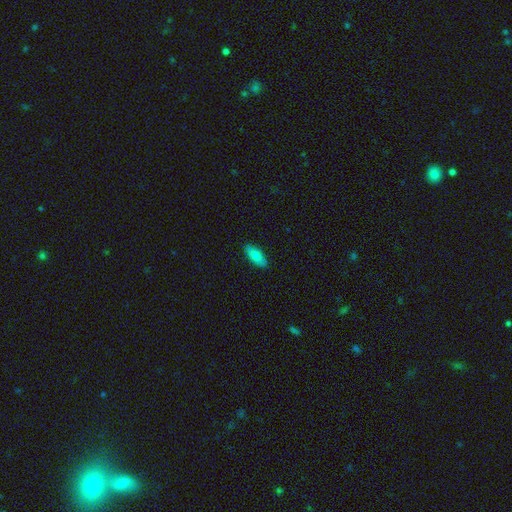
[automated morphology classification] smooth_or_featured: smooth (p=0.82) [alt: featured or disk p=0.11]
how_rounded: in between (p=0.75) [alt: cigar-shaped p=0.23]
merging: none (p=0.88) [alt: minor disturbance p=0.09]